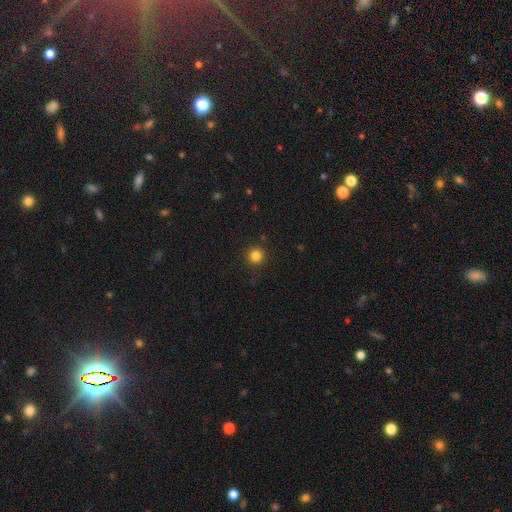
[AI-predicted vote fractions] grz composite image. It shows a smooth galaxy with no disk features (83%) that is round (94%). Merging: none (90%).